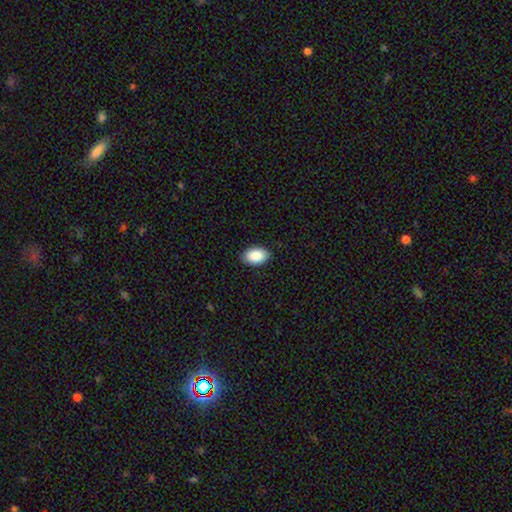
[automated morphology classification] A smooth galaxy with no disk features (90%) that is in between round and cigar-shaped (93%).

Vote fractions:
- Smooth or featured? smooth: 90% / star or artifact: 6% / featured or disk: 4%
- How rounded? in between: 93% / round: 6% / cigar-shaped: 1%
- Merging? none: 89% / minor disturbance: 9% / major disturbance: 2% / merger: 1%